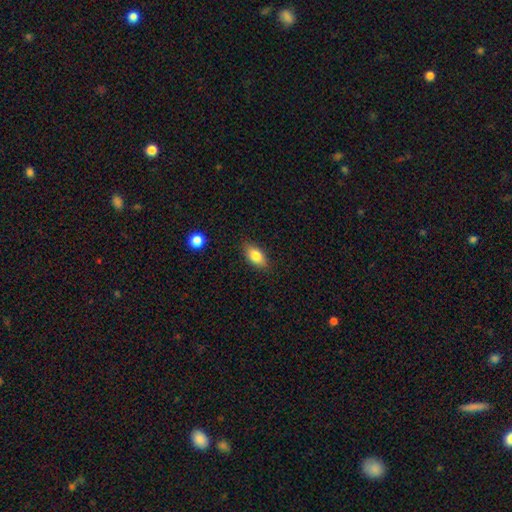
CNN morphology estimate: A smooth galaxy with no disk features (80%) that is in between round and cigar-shaped (88%). Merging: none (85%).